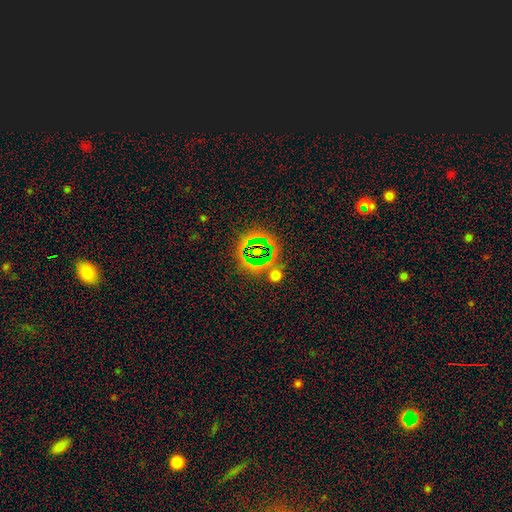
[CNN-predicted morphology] Smooth or featured? star or artifact (69%)